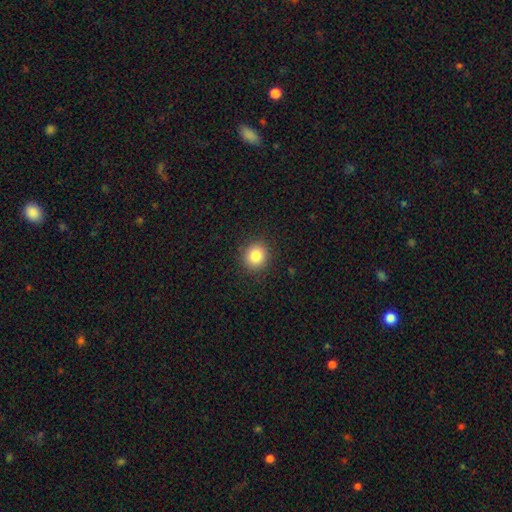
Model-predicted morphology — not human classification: A smooth galaxy with no disk features (84%) that is round (88%).

Vote fractions:
- Smooth or featured? smooth: 84% / star or artifact: 10% / featured or disk: 6%
- How rounded? round: 88% / in between: 11% / cigar-shaped: 1%
- Merging? none: 90% / minor disturbance: 7% / major disturbance: 2% / merger: 1%